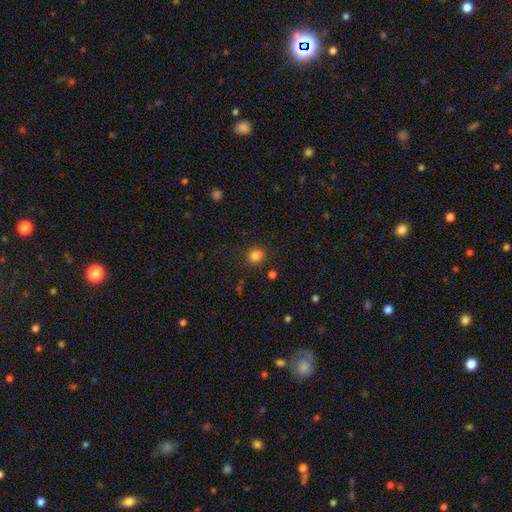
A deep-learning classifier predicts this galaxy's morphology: type=smooth (82%); roundness=round (66%); merging=none (79%).